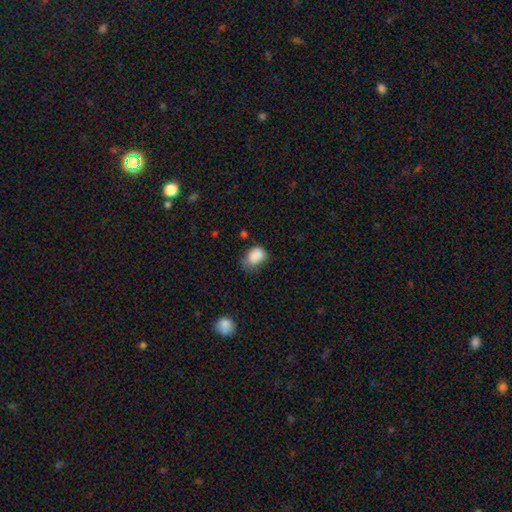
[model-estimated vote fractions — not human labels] Smooth or featured?
  - smooth: 85% *
  - star or artifact: 9%
  - featured or disk: 6%
How rounded?
  - in between: 67% *
  - round: 32%
  - cigar-shaped: 1%
Merging?
  - none: 42% *
  - minor disturbance: 39%
  - major disturbance: 15%
  - merger: 3%